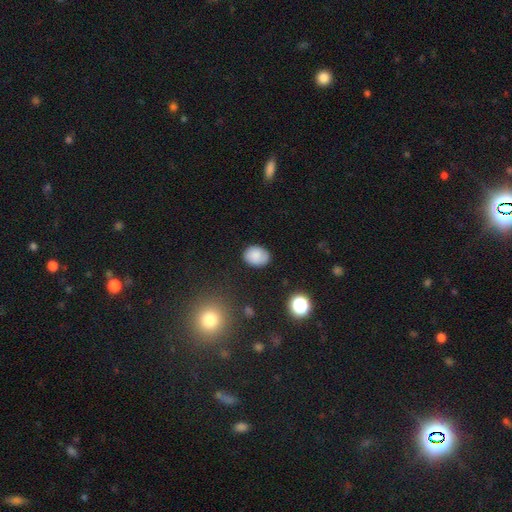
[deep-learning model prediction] Q: Smooth or featured?
A: smooth (82%); runner-up: star or artifact (9%)
Q: How rounded?
A: in between (63%); runner-up: round (36%)
Q: Merging?
A: none (78%); runner-up: minor disturbance (17%)